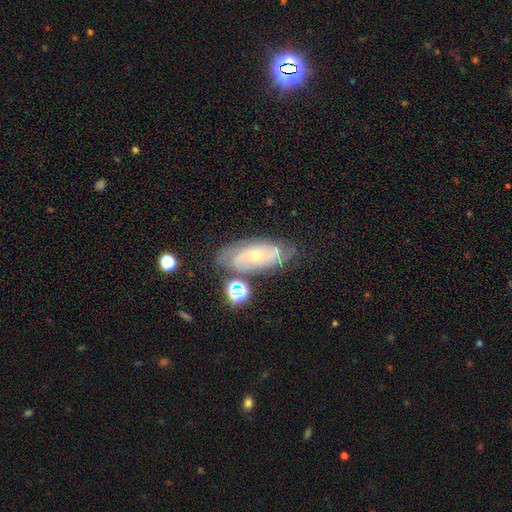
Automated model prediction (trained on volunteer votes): Smooth or featured? featured or disk (75%)
Edge-on disk? no (91%)
Bar? no (72%)
Spiral arms? yes (88%)
Spiral winding? tight (58%)
Spiral arm count? 2 (43%)
Bulge size? small (58%)
Merging? none (66%)